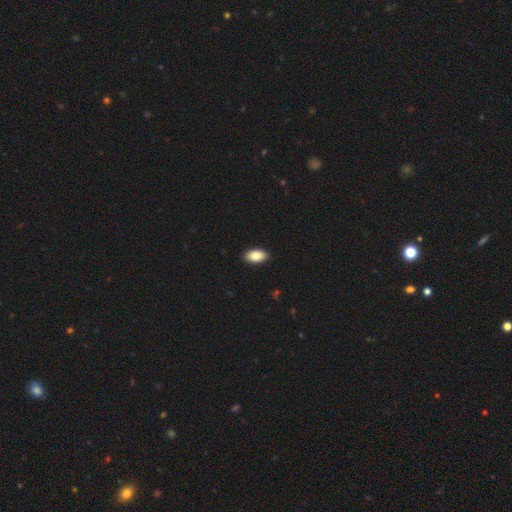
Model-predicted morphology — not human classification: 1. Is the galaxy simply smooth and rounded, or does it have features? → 86% smooth, 7% featured or disk, 7% star or artifact.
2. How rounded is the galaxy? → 95% in between, 3% round, 2% cigar-shaped.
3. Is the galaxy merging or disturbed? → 91% none, 7% minor disturbance, 2% major disturbance, 1% merger.